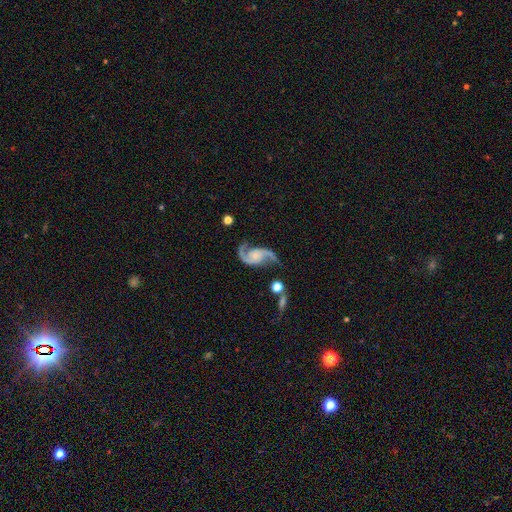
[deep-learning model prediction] This is clearly a featured or disk galaxy (92%). It is clearly not viewed edge-on (98%). Bar: likely no (66%). Spiral arm pattern: clearly yes (98%). Spiral arm count: clearly 2 (94%). Spiral winding: possibly loose (53%). Central bulge: possibly small (50%). Merging: likely none (68%).